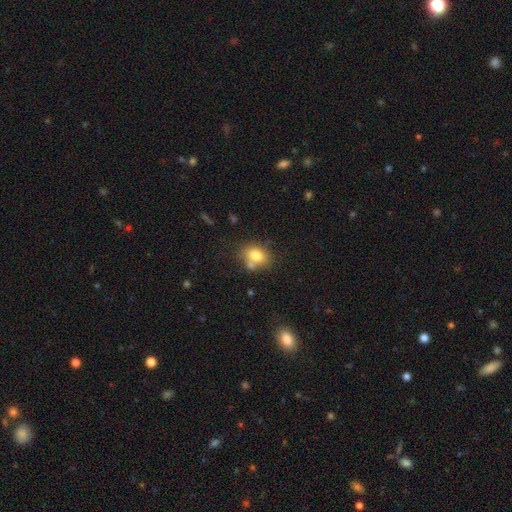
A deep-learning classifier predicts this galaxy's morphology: This is likely a smooth galaxy (77%). How rounded: likely in between (61%). Merging: possibly none (58%).